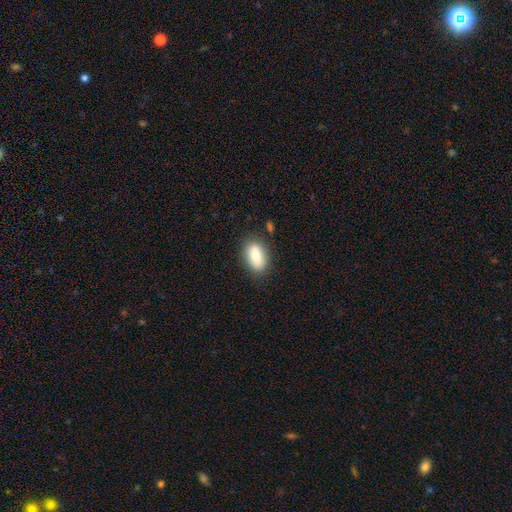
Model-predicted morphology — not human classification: Smooth or featured? Predicted: smooth (p=0.83). How rounded? Predicted: in between (p=0.87). Merging? Predicted: none (p=0.80).